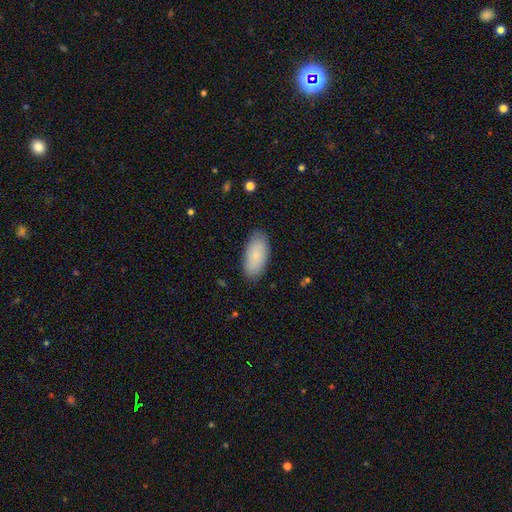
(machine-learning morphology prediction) Smooth or featured? smooth (82%)
How rounded? in between (93%)
Merging? none (86%)